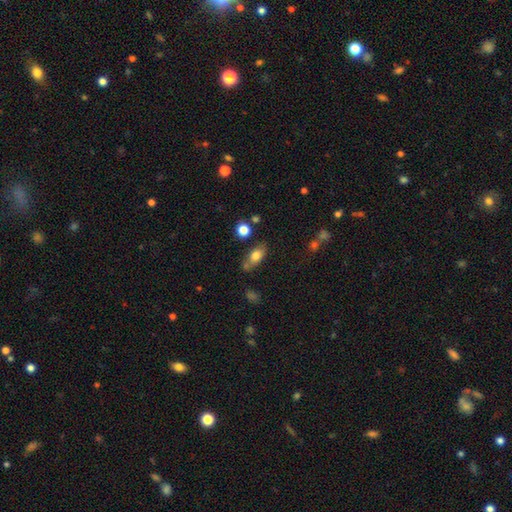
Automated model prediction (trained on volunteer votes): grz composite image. It shows a smooth galaxy with no disk features (74%) that is in between round and cigar-shaped (80%). Merging: none (66%).